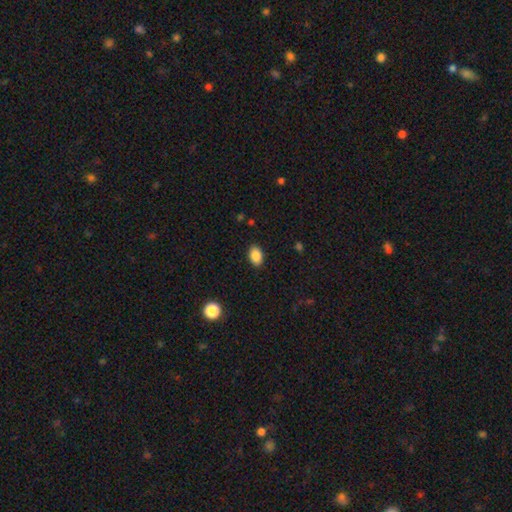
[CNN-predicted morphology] A smooth galaxy with no disk features (87%) that is in between round and cigar-shaped (85%). Merging: none (88%).